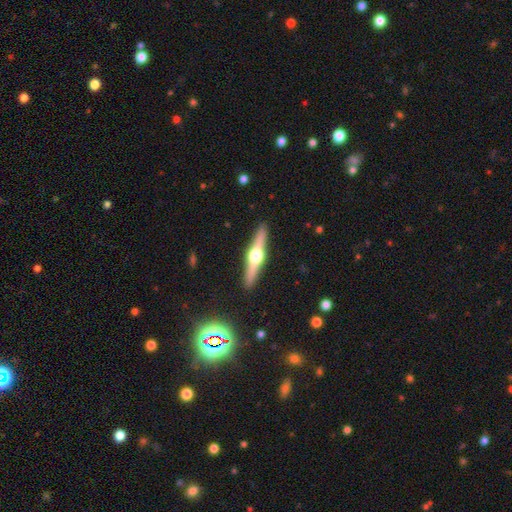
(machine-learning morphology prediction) Smooth or featured? featured or disk (76%)
Edge-on disk? yes (98%)
Edge-on bulge? rounded (96%)
Merging? none (91%)